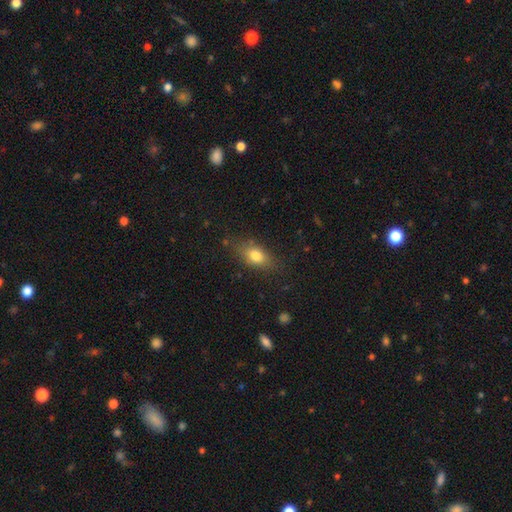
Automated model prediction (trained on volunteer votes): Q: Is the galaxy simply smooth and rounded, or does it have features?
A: smooth — 77%.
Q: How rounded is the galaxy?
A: in between — 78%.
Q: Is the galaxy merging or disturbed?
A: none — 77%.